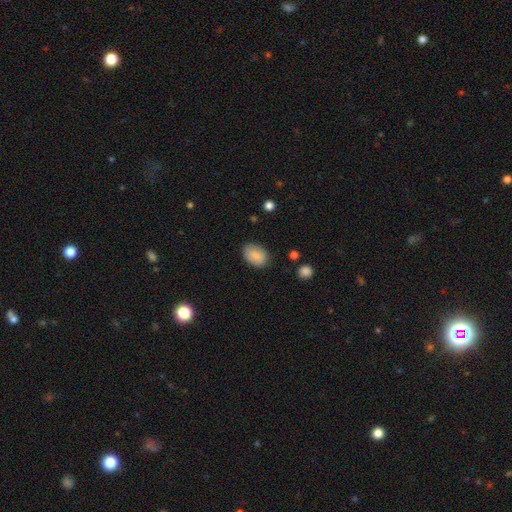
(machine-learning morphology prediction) type=smooth (84%); roundness=in between (84%); merging=none (79%).